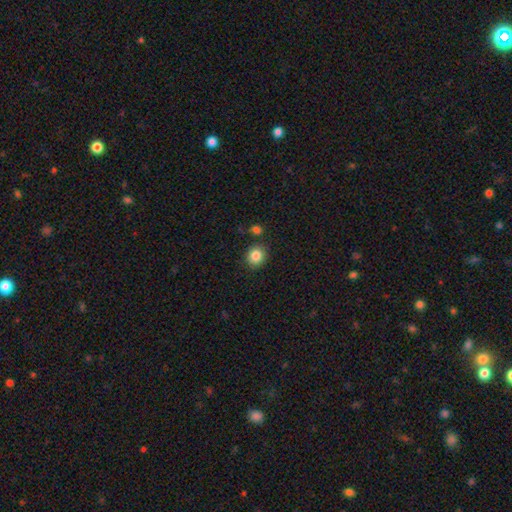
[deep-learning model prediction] smooth_or_featured: smooth (p=0.85) [alt: star or artifact p=0.10]
how_rounded: round (p=0.76) [alt: in between p=0.23]
merging: none (p=0.84) [alt: minor disturbance p=0.09]